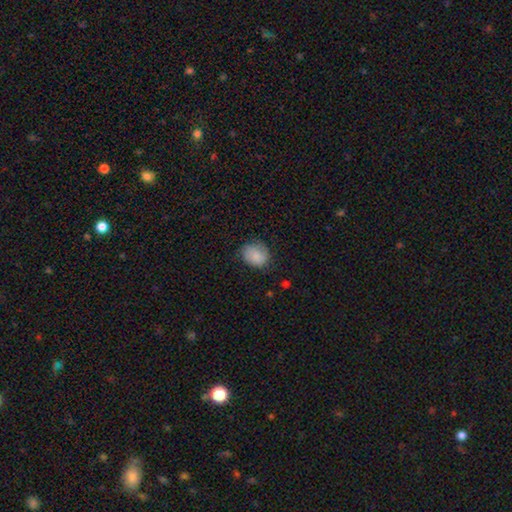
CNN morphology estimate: This appears to be a smooth galaxy with no disk features (79%) that is round (60%). Merging: none (67%).